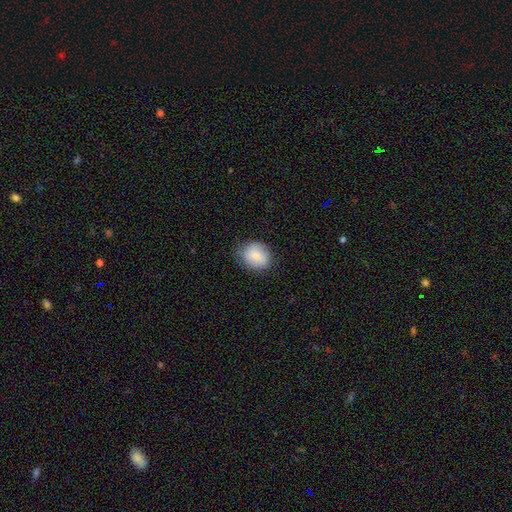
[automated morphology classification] A smooth galaxy with no disk features (87%) that is round (52%). Merging: none (77%).